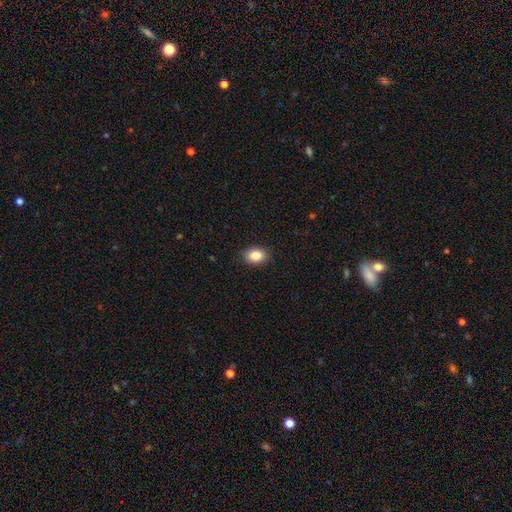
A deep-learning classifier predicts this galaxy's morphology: type=smooth (85%); roundness=in between (78%); merging=none (89%).